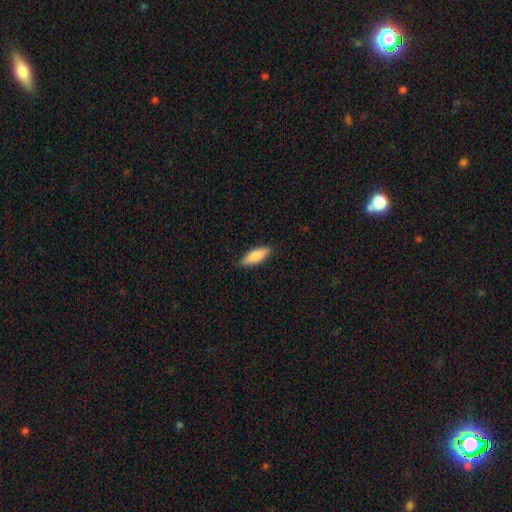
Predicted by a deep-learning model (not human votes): This is clearly a smooth galaxy (80%). How rounded: possibly in between (56%). Merging: clearly none (86%).